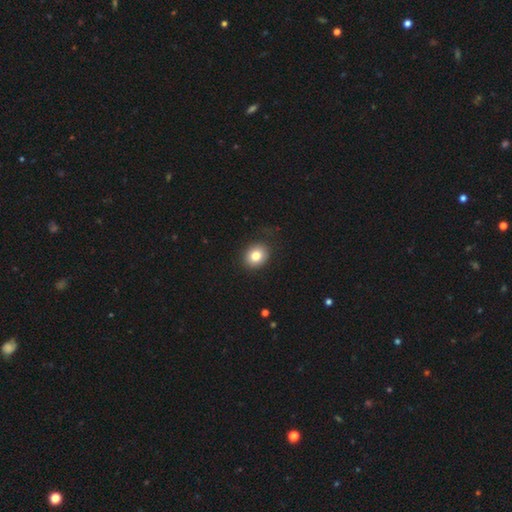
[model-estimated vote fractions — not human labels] Smooth or featured? Predicted: smooth (p=0.81). How rounded? Predicted: round (p=0.58). Merging? Predicted: none (p=0.84).